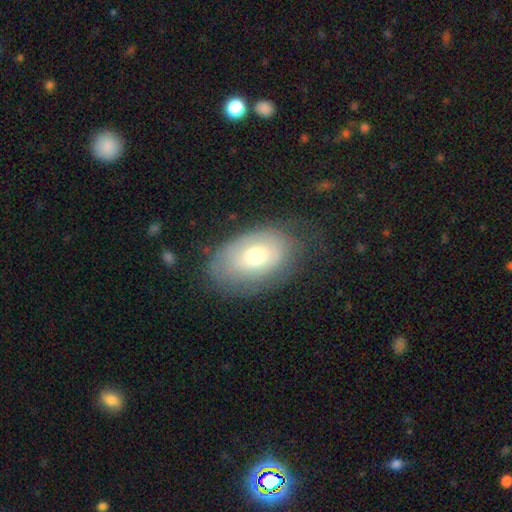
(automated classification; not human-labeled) Smooth or featured?
  - smooth: 56% *
  - featured or disk: 36%
  - star or artifact: 8%
How rounded?
  - in between: 87% *
  - round: 11%
  - cigar-shaped: 1%
Merging?
  - none: 63% *
  - minor disturbance: 23%
  - major disturbance: 12%
  - merger: 1%